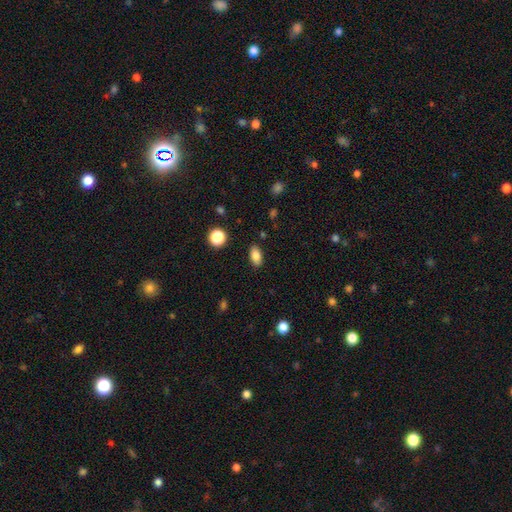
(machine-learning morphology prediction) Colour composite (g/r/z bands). It shows a smooth galaxy with no disk features (83%) that is in between round and cigar-shaped (88%). Merging: none (87%).